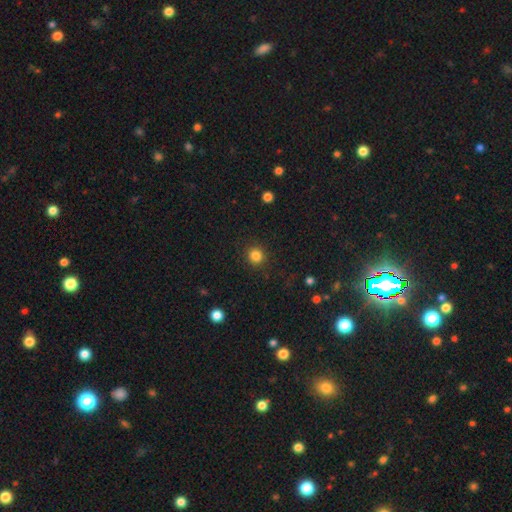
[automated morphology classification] type=smooth (84%); roundness=round (92%); merging=none (90%).